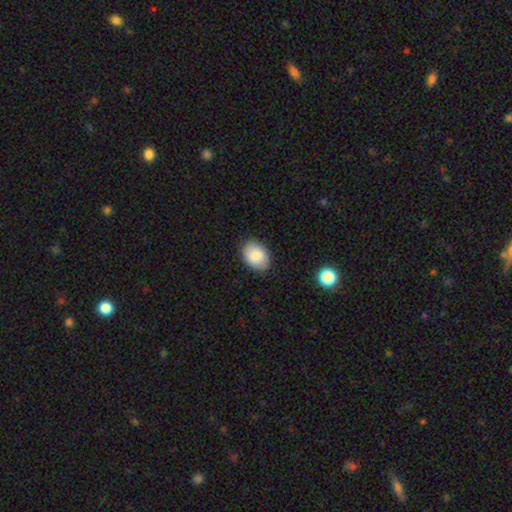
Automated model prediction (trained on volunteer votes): A smooth galaxy with no disk features (86%) that is in between round and cigar-shaped (81%). Merging: none (87%).